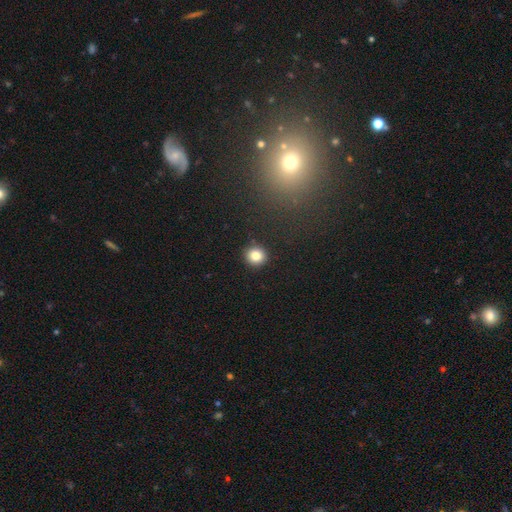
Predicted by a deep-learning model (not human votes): Q: Smooth or featured?
A: smooth (84%); runner-up: star or artifact (11%)
Q: How rounded?
A: round (89%); runner-up: in between (10%)
Q: Merging?
A: none (91%); runner-up: minor disturbance (5%)